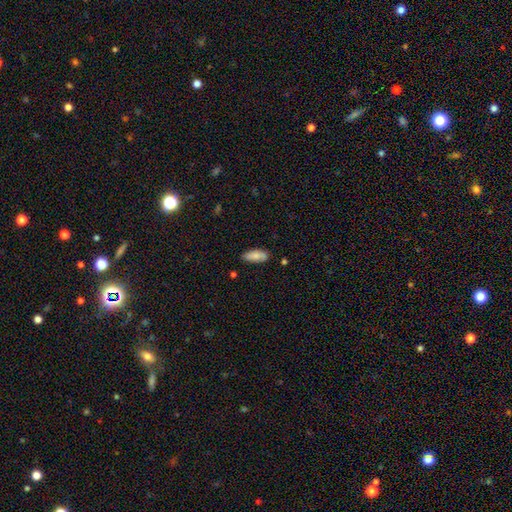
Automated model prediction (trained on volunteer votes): Smooth or featured? smooth (81%)
How rounded? in between (77%)
Merging? none (80%)